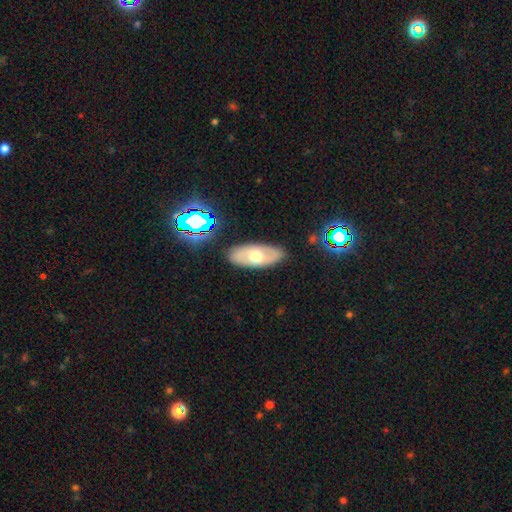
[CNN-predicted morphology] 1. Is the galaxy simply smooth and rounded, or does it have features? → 48% smooth, 44% featured or disk, 7% star or artifact.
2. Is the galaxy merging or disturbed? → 85% none, 10% minor disturbance, 3% major disturbance, 2% merger.